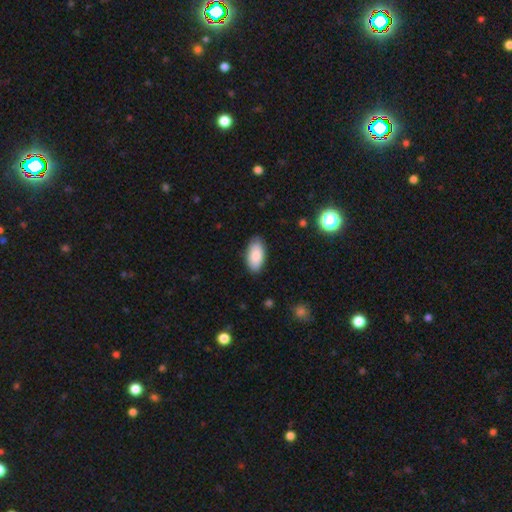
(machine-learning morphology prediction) Smooth or featured? Predicted: smooth (p=0.87). How rounded? Predicted: in between (p=0.94). Merging? Predicted: none (p=0.85).